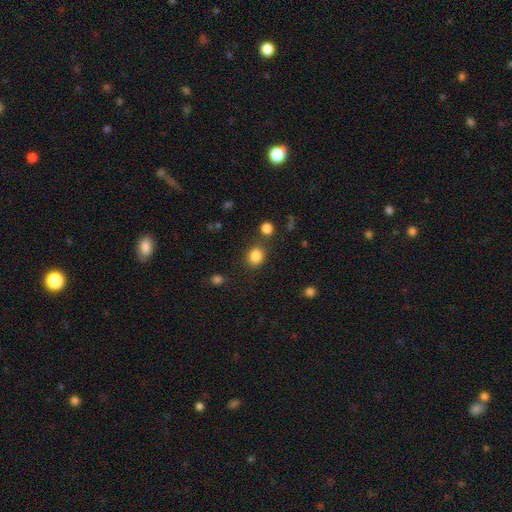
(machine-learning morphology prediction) This is clearly a smooth galaxy (85%). How rounded: likely round (69%). Merging: likely none (78%).